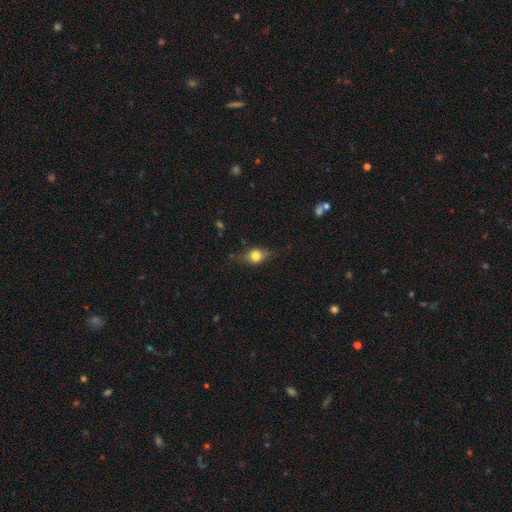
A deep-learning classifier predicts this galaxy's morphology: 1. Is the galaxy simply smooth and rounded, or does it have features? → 61% smooth, 28% featured or disk, 11% star or artifact.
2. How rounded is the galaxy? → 53% in between, 40% round, 7% cigar-shaped.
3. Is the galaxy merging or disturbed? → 68% none, 22% minor disturbance, 8% major disturbance, 2% merger.